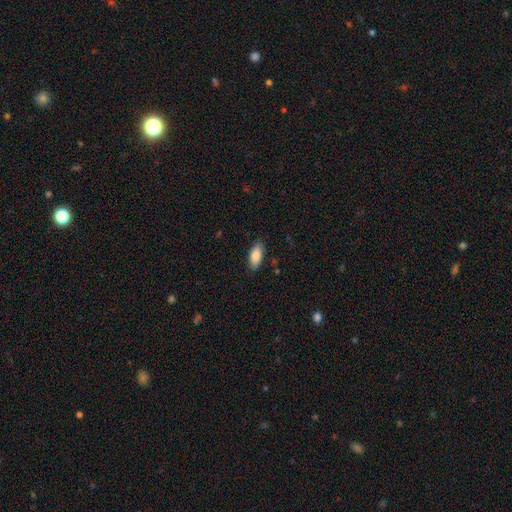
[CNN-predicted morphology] A smooth galaxy with no disk features (86%) that is in between round and cigar-shaped (86%). Merging: none (85%).